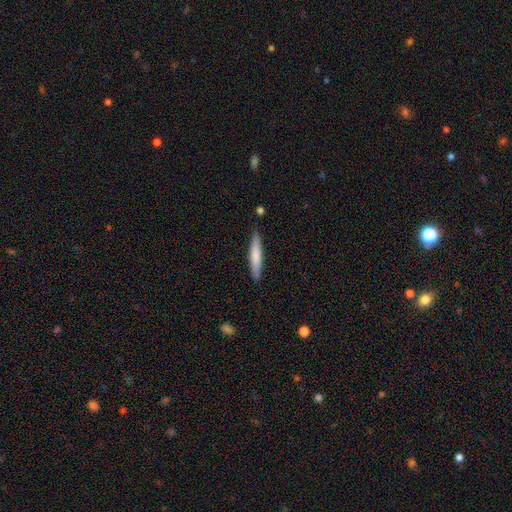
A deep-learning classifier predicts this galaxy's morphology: smooth-or-featured: smooth: 73% | featured or disk: 22% | star or artifact: 5%
  how-rounded: cigar-shaped: 92% | in between: 7% | round: 1%
  merging: none: 88% | minor disturbance: 9% | major disturbance: 2% | merger: 1%